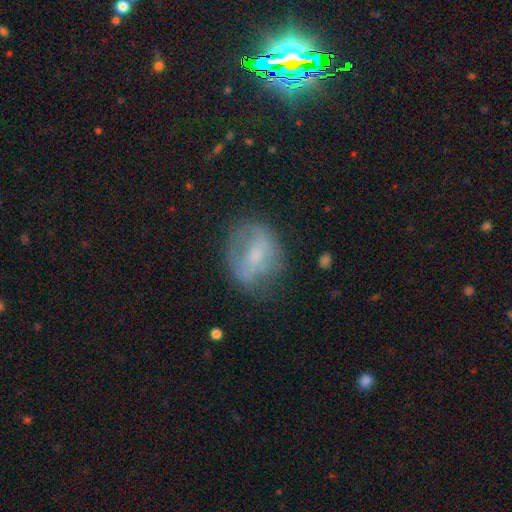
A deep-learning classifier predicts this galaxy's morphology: type=smooth (47%); merging=none (56%).